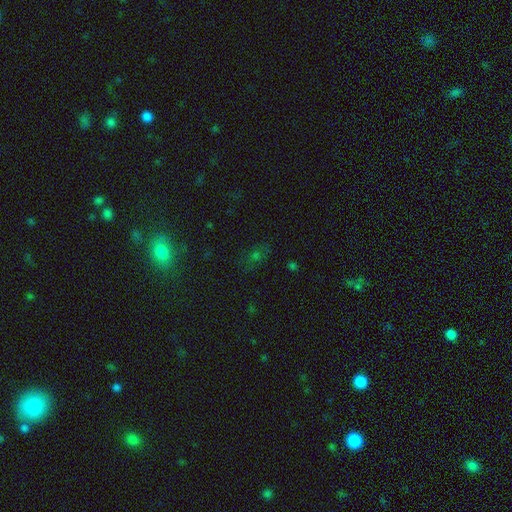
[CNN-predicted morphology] The model was most divided on "smooth or featured": star or artifact: 47%, smooth: 39%, featured or disk: 14%.